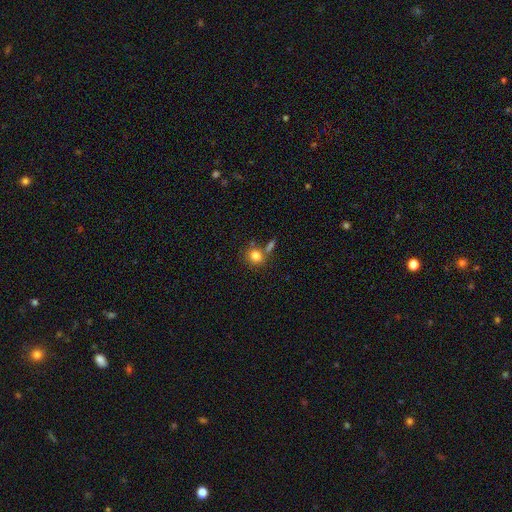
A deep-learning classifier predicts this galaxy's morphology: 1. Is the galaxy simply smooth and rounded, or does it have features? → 82% smooth, 11% star or artifact, 8% featured or disk.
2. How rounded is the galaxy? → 79% round, 19% in between, 1% cigar-shaped.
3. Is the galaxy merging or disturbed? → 64% none, 19% merger, 13% minor disturbance, 5% major disturbance.